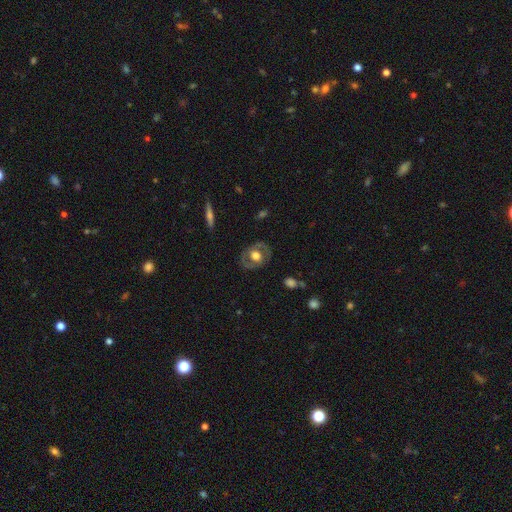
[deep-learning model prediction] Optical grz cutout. It shows a featured or disk galaxy (56%) with no bar (79%), no spiral arms (75%) and a large central bulge (48%). Merging: none (80%).